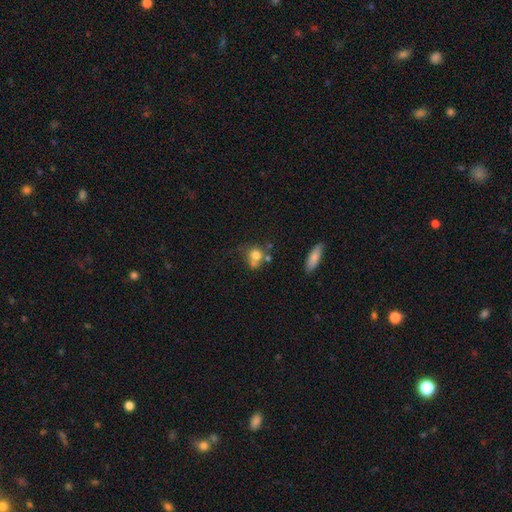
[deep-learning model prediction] smooth-or-featured: smooth: 74% | featured or disk: 15% | star or artifact: 11%
  how-rounded: round: 71% | in between: 27% | cigar-shaped: 2%
  merging: none: 41% | merger: 34% | minor disturbance: 16% | major disturbance: 8%